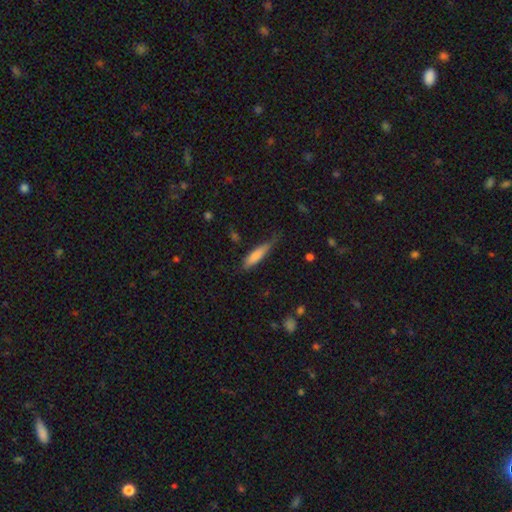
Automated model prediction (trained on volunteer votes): This appears to be a smooth galaxy with no disk features (75%) that is cigar-shaped (74%). Merging: none (57%).